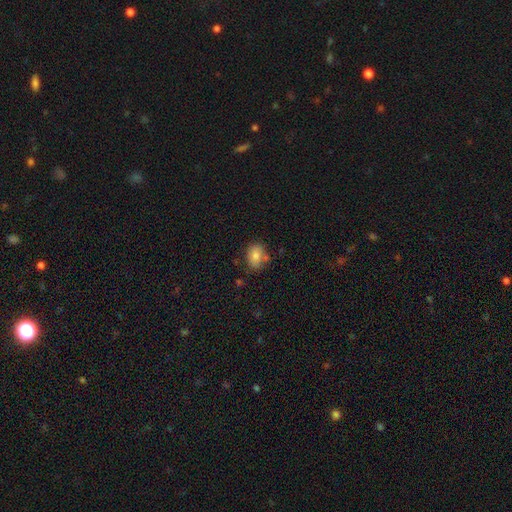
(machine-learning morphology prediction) A smooth galaxy with no disk features (79%) that is in between round and cigar-shaped (66%). Merging: none (67%).